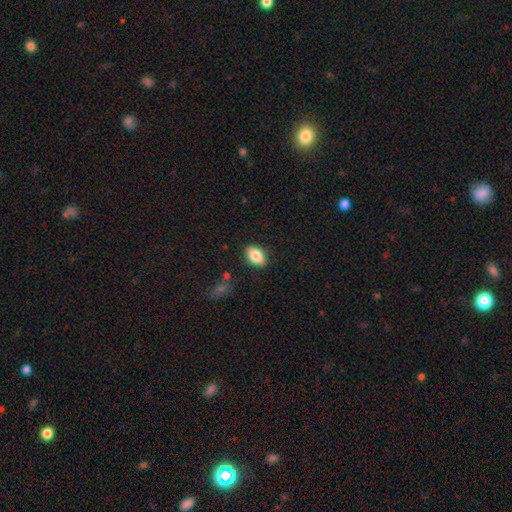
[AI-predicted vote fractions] Overall: smooth (81%). How rounded: in between (85%). Merging: none (85%).